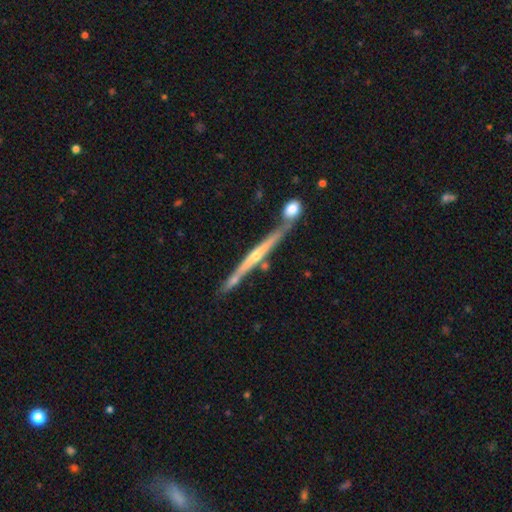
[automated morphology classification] The model was most divided on "edge-on bulge": rounded: 61%, none: 31%, boxy: 8%. More confident: edge-on disk — yes (97%); smooth or featured — featured or disk (80%); merging — none (77%).